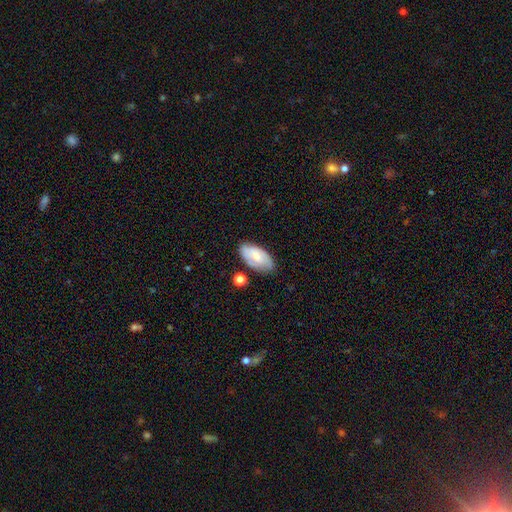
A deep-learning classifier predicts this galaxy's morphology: type=smooth (54%); roundness=in between (92%); merging=none (67%).